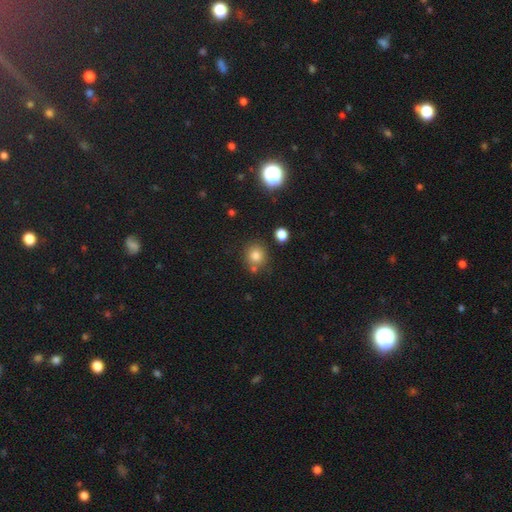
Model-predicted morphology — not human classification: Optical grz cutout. It shows a smooth galaxy with no disk features (80%) that is round (86%). Merging: none (74%).